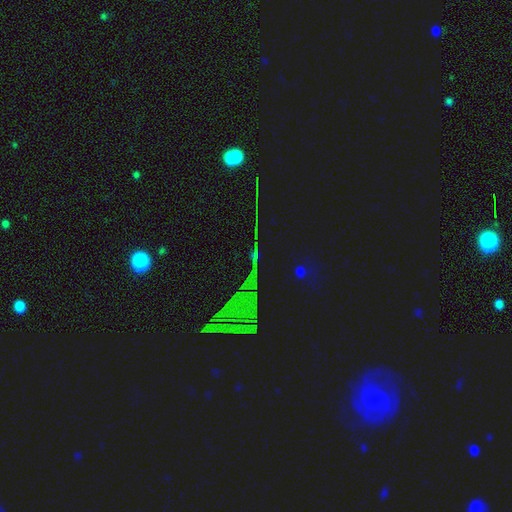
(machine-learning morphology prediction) Smooth or featured?
  - star or artifact: 76% *
  - smooth: 13%
  - featured or disk: 11%